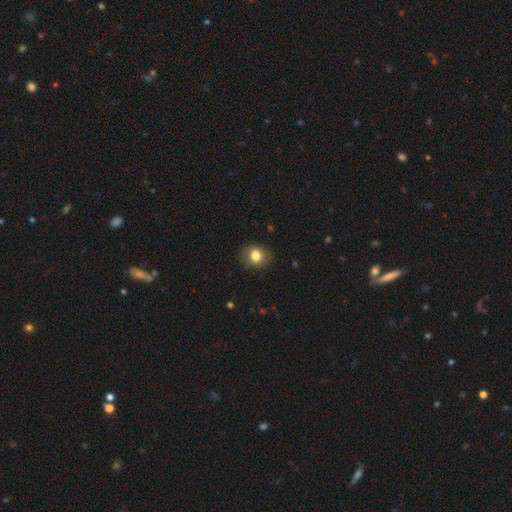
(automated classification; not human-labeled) smooth 80%, featured or disk 11%, star or artifact 10%. Down the decision tree: how rounded — round (59%); merging — none (84%).